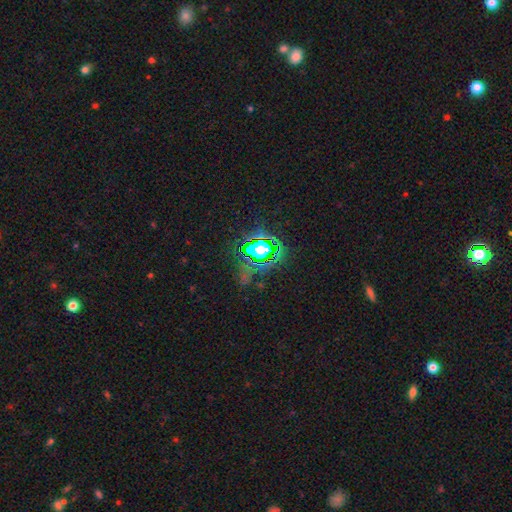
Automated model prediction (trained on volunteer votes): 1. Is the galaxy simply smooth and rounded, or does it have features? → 76% star or artifact, 15% smooth, 9% featured or disk.